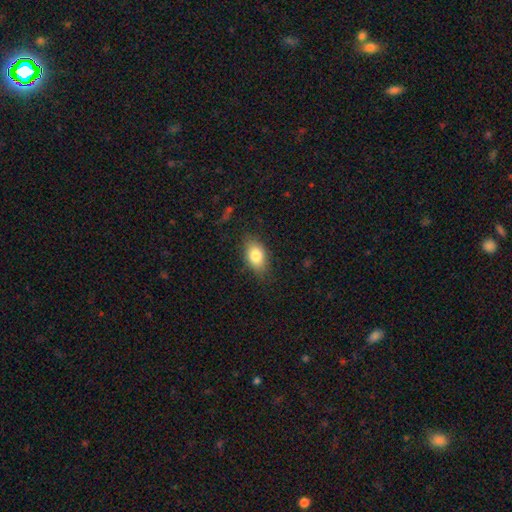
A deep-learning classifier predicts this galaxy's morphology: This is clearly a smooth galaxy (81%). How rounded: clearly in between (87%). Merging: likely none (78%).